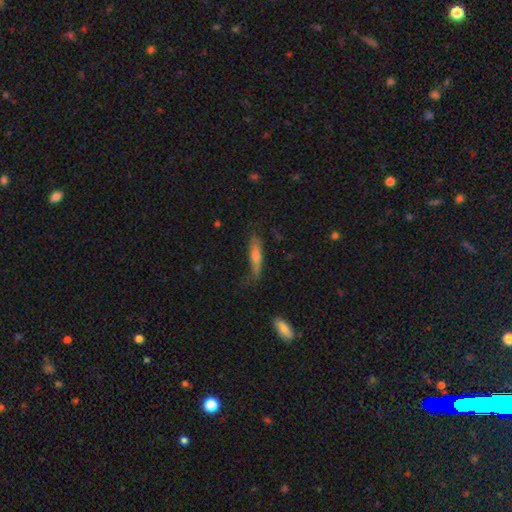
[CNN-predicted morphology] Overall: smooth (53%; featured or disk 39%). How rounded: cigar-shaped (74%). Merging: none (52%; minor disturbance 28%).